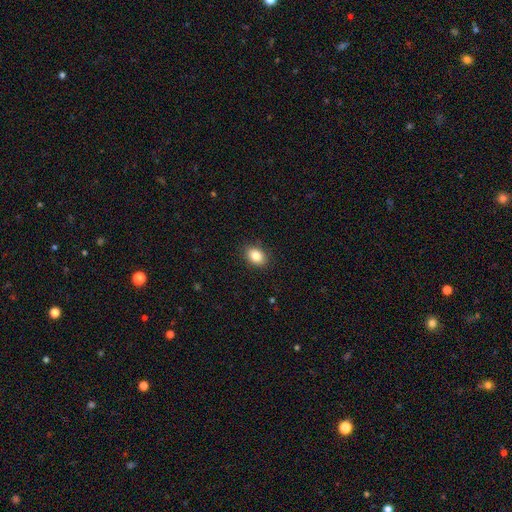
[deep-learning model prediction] A smooth galaxy with no disk features (85%) that is in between round and cigar-shaped (74%). Merging: none (89%).